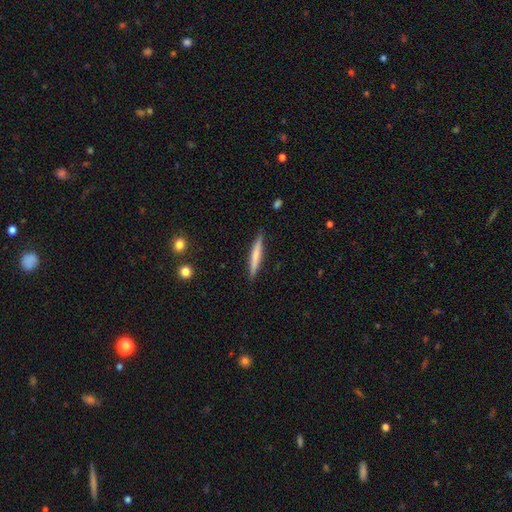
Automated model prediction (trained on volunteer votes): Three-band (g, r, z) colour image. It shows a smooth galaxy with no disk features (62%) that is cigar-shaped (95%). Merging: none (90%).